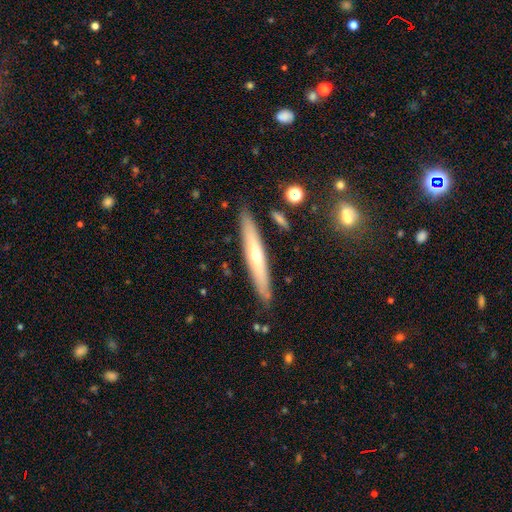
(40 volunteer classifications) A featured or disk galaxy (55%) viewed edge-on (86%) with a rounded central bulge (63%).

Vote fractions:
- Smooth or featured? featured or disk: 55% / smooth: 45% / star or artifact: 0%
- Edge-on disk? yes: 86% / no: 14%
- Edge-on bulge? rounded: 63% / none: 32% / boxy: 5%
- Merging? none: 88% / minor disturbance: 10% / merger: 2% / major disturbance: 0%